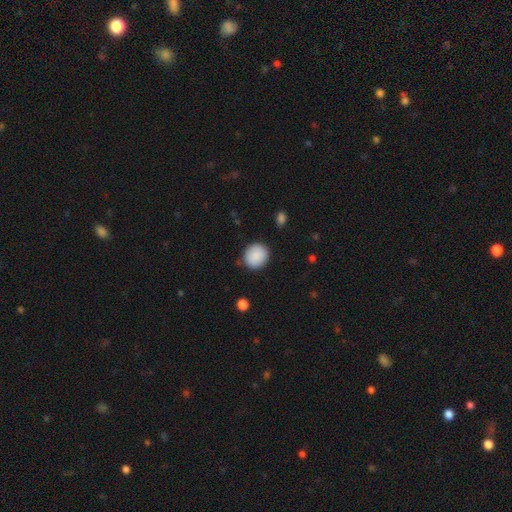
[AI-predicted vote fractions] The model was most divided on "how rounded": round: 82%, in between: 17%, cigar-shaped: 1%. More confident: smooth or featured — smooth (89%); merging — none (85%).